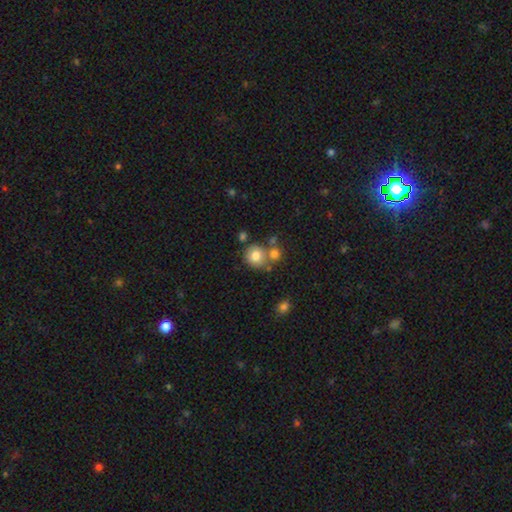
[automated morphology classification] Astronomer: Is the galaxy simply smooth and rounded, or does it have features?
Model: smooth — 77%.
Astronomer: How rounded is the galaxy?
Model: round — 84%.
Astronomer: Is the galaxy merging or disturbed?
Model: none — 60%.